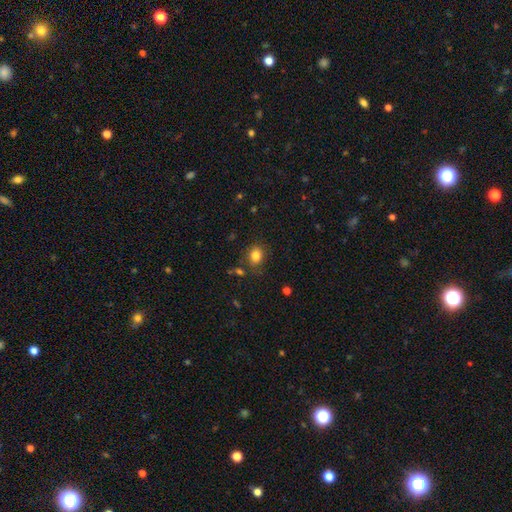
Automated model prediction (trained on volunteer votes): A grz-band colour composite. It shows a smooth galaxy with no disk features (82%) that is round (52%). Merging: none (80%).